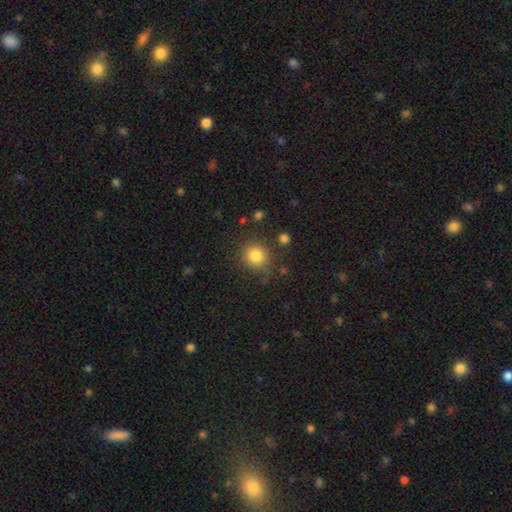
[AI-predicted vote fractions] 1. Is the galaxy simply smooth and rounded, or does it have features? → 83% smooth, 11% star or artifact, 6% featured or disk.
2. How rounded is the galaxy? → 87% round, 13% in between, 1% cigar-shaped.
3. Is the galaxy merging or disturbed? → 79% none, 13% minor disturbance, 5% major disturbance, 4% merger.